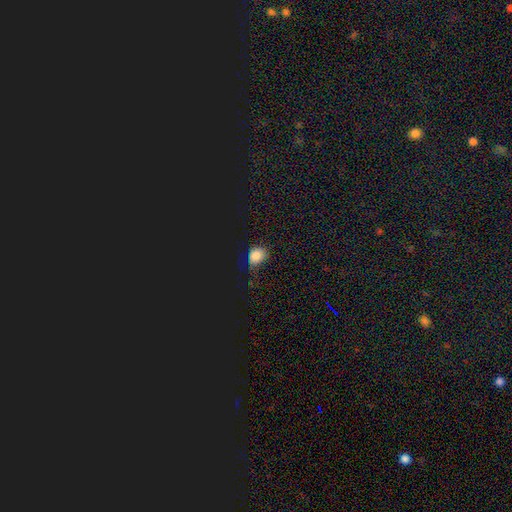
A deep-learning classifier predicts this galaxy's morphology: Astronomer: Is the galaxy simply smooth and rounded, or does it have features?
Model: smooth — 72%.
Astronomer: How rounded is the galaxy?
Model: round — 66%.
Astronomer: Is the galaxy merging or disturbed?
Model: none — 49% (runner-up: minor disturbance, 33%).